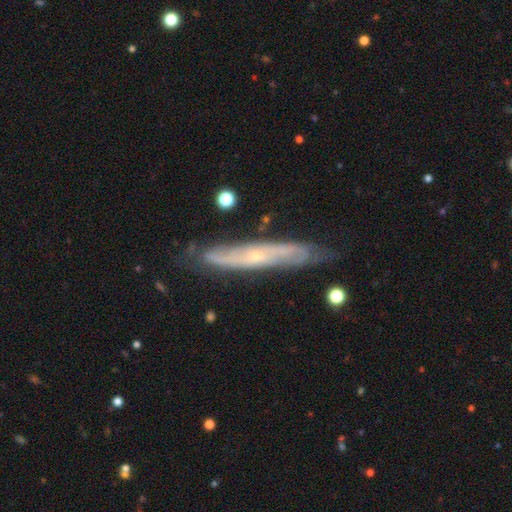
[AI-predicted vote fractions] featured or disk 78%, smooth 16%, star or artifact 6%. Down the decision tree: edge-on disk — no (50%, tied with yes); merging — none (76%).